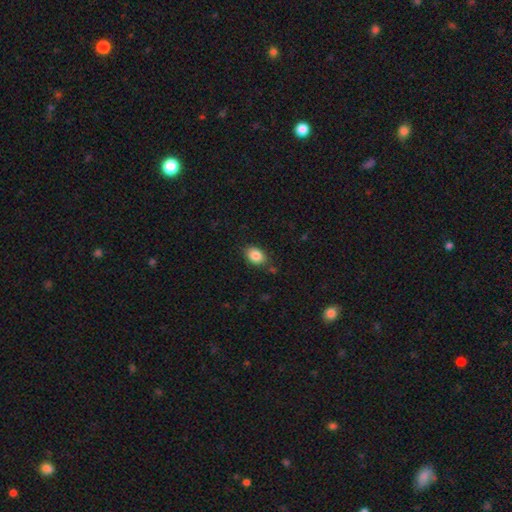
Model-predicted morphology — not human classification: Smooth or featured? smooth (86%)
How rounded? in between (76%)
Merging? none (80%)